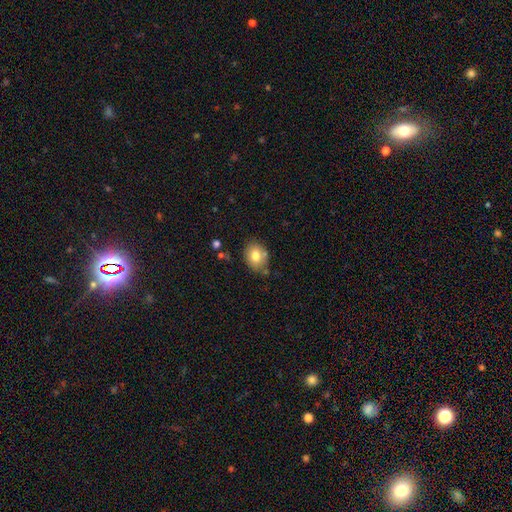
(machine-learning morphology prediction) This is likely a smooth galaxy (78%). How rounded: possibly in between (53%). Merging: likely none (76%).